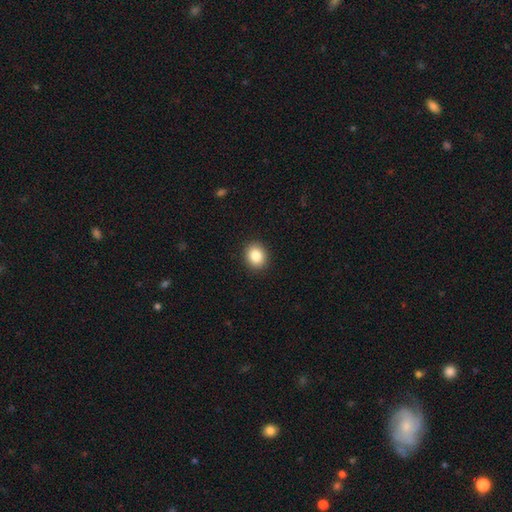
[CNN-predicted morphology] Smooth or featured?
  - smooth: 85% *
  - star or artifact: 9%
  - featured or disk: 6%
How rounded?
  - round: 65% *
  - in between: 34%
  - cigar-shaped: 1%
Merging?
  - none: 91% *
  - minor disturbance: 6%
  - major disturbance: 2%
  - merger: 1%